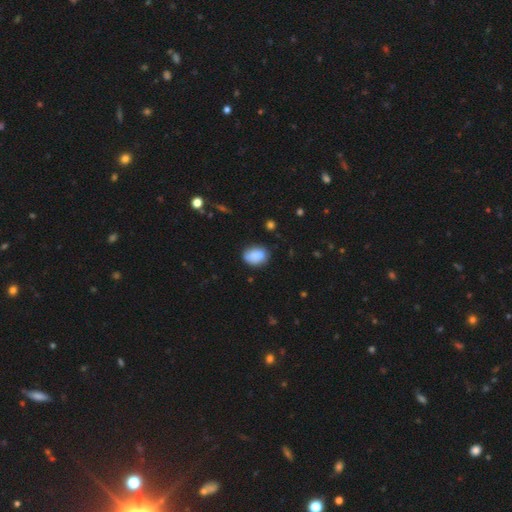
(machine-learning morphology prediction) Smooth or featured? smooth (84%)
How rounded? in between (69%)
Merging? none (68%)